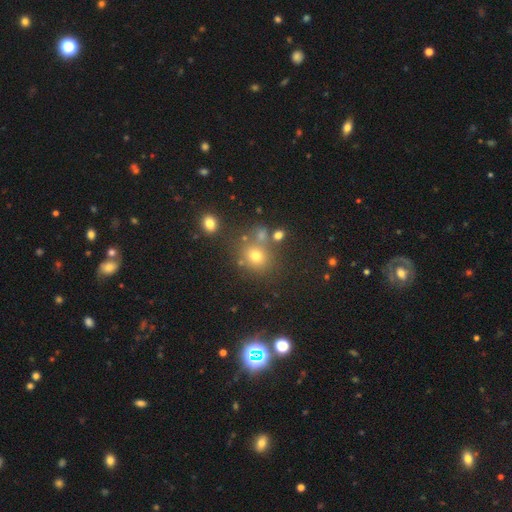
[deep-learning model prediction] Smooth or featured? smooth (67%)
How rounded? round (78%)
Merging? none (69%)